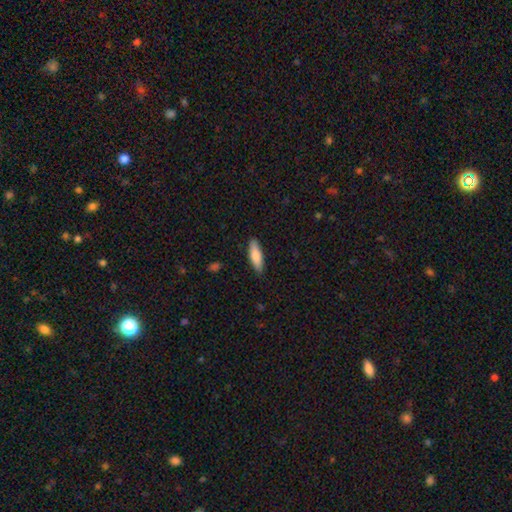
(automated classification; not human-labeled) smooth-or-featured: smooth: 81% | featured or disk: 14% | star or artifact: 5%
  how-rounded: cigar-shaped: 55% | in between: 43% | round: 2%
  merging: none: 88% | minor disturbance: 9% | major disturbance: 2% | merger: 1%